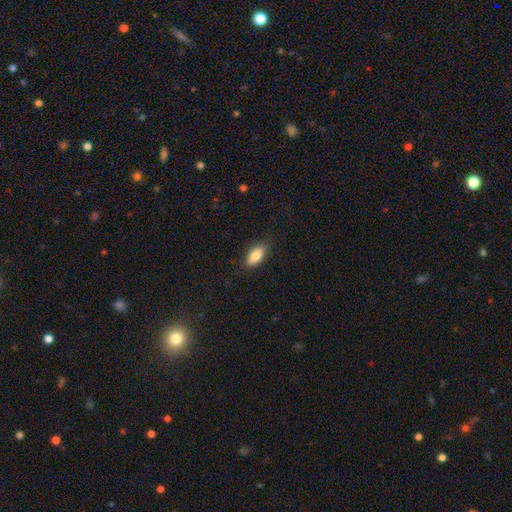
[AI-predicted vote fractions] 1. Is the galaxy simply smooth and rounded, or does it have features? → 80% smooth, 13% featured or disk, 7% star or artifact.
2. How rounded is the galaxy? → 82% in between, 15% cigar-shaped, 3% round.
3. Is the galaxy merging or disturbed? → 85% none, 12% minor disturbance, 2% major disturbance, 1% merger.